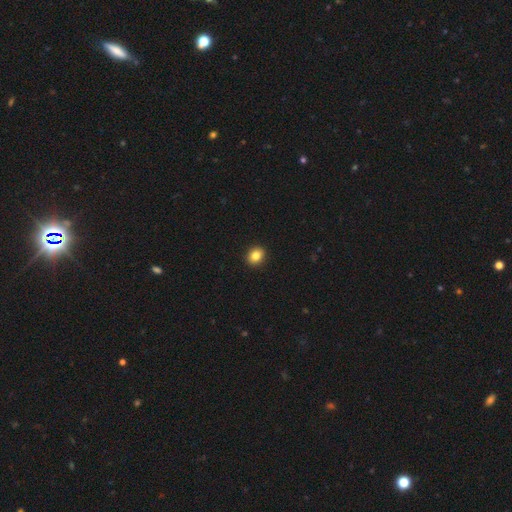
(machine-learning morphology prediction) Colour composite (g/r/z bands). It shows a smooth galaxy with no disk features (84%) that is round (66%). Merging: none (93%).